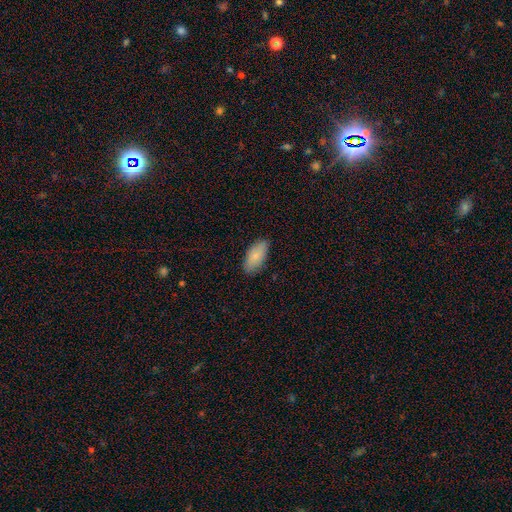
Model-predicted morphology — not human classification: smooth_or_featured: smooth (p=0.82) [alt: featured or disk p=0.11]
how_rounded: in between (p=0.91) [alt: cigar-shaped p=0.07]
merging: none (p=0.82) [alt: minor disturbance p=0.15]